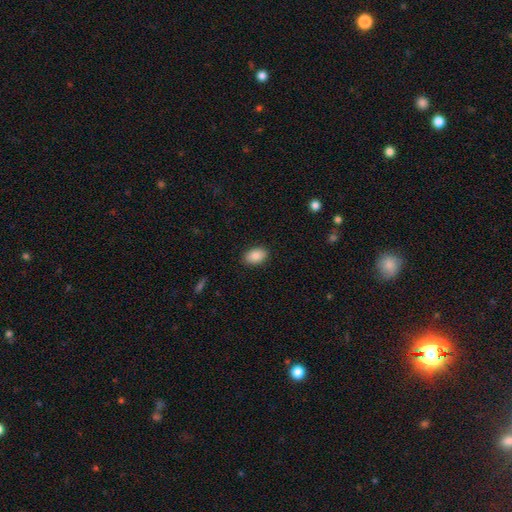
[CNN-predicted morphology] smooth 88%, star or artifact 7%, featured or disk 5%. Down the decision tree: how rounded — in between (89%); merging — none (88%).